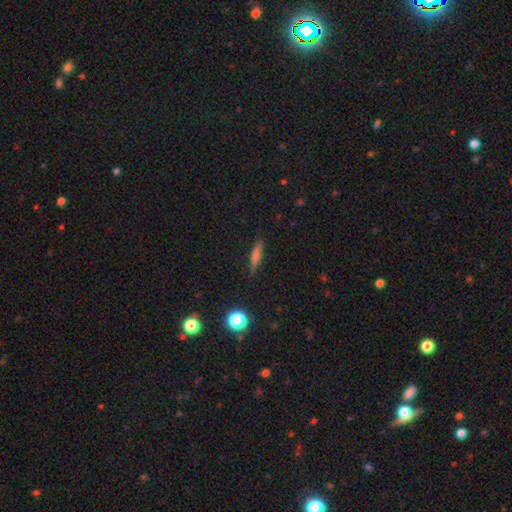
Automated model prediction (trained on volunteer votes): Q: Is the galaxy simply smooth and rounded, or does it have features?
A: smooth — 46%.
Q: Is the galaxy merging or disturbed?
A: none — 88%.